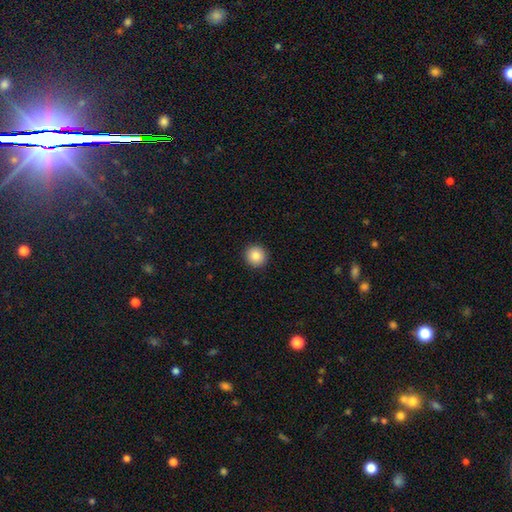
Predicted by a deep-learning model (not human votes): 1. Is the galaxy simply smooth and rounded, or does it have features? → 86% smooth, 9% star or artifact, 5% featured or disk.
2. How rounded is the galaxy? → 94% round, 5% in between, 1% cigar-shaped.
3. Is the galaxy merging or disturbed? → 93% none, 4% minor disturbance, 2% major disturbance, 1% merger.